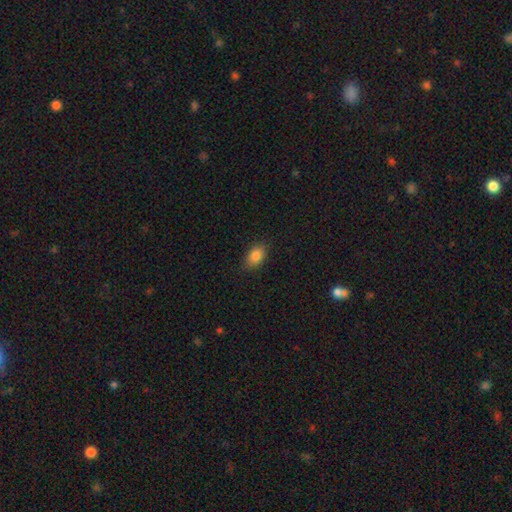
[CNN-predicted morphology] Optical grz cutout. It shows a smooth galaxy with no disk features (85%) that is in between round and cigar-shaped (84%). Merging: none (83%).